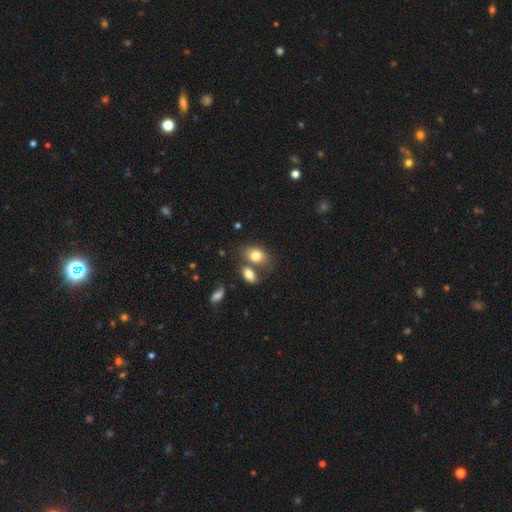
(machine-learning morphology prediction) The model was most divided on "merging": none: 49%, merger: 33%, minor disturbance: 14%, major disturbance: 5%. More confident: how rounded — in between (80%); smooth or featured — smooth (79%).